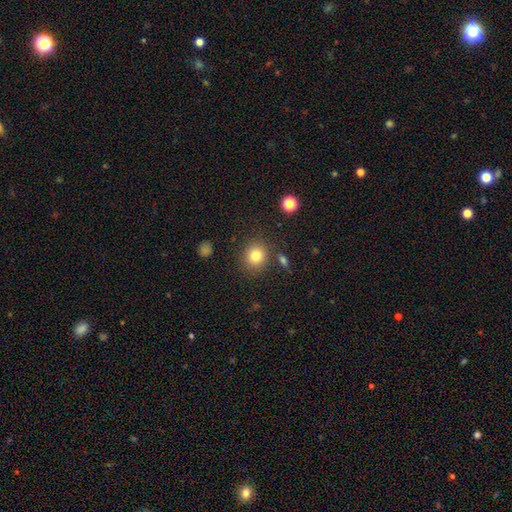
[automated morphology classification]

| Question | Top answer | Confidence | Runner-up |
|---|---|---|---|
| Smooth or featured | smooth | 81% | star or artifact (11%) |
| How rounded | round | 85% | in between (15%) |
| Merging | none | 84% | minor disturbance (9%) |